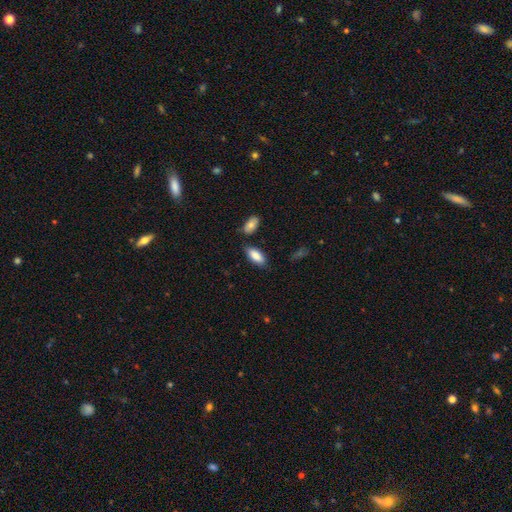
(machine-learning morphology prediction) smooth 85%, featured or disk 9%, star or artifact 6%. Down the decision tree: how rounded — in between (83%); merging — none (78%).